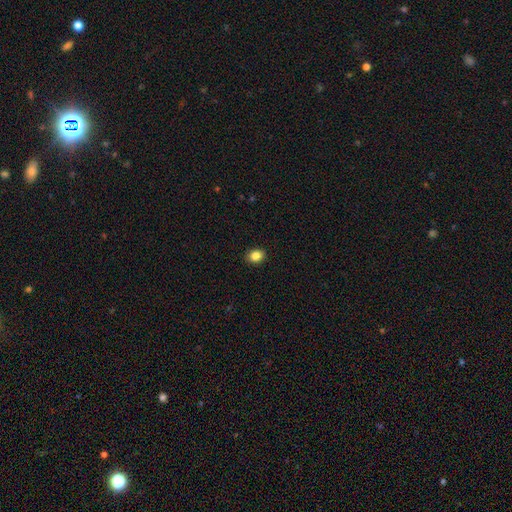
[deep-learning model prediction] Smooth or featured? Predicted: smooth (p=0.86). How rounded? Predicted: in between (p=0.54). Merging? Predicted: none (p=0.91).